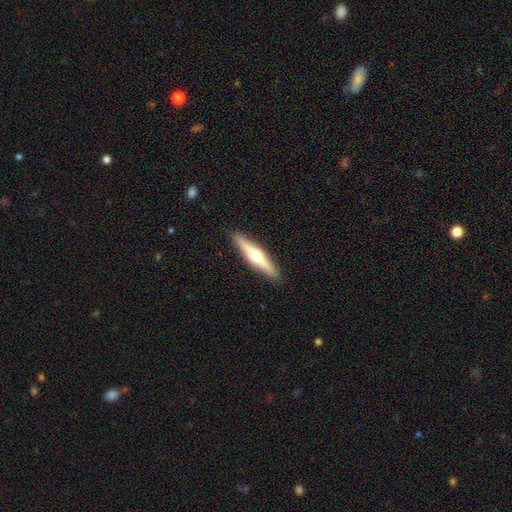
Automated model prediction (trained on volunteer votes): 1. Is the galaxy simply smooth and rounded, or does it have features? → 58% featured or disk, 37% smooth, 5% star or artifact.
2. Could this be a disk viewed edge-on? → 96% yes, 4% no.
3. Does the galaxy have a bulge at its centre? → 93% rounded, 4% none, 3% boxy.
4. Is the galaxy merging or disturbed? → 91% none, 6% minor disturbance, 1% major disturbance, 1% merger.